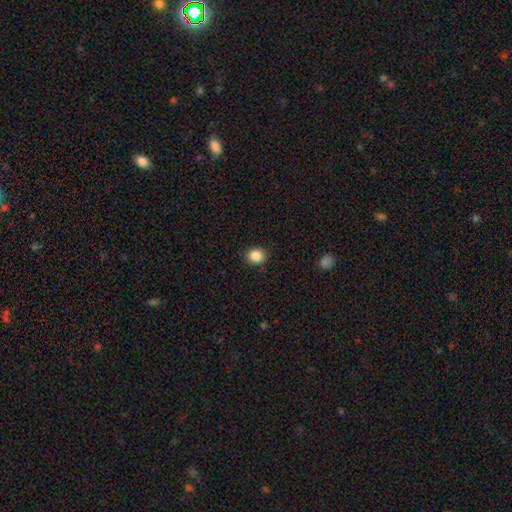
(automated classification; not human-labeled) A smooth galaxy with no disk features (87%) that is round (75%).

Vote fractions:
- Smooth or featured? smooth: 87% / star or artifact: 10% / featured or disk: 3%
- How rounded? round: 75% / in between: 24% / cigar-shaped: 1%
- Merging? none: 90% / minor disturbance: 7% / major disturbance: 2% / merger: 1%